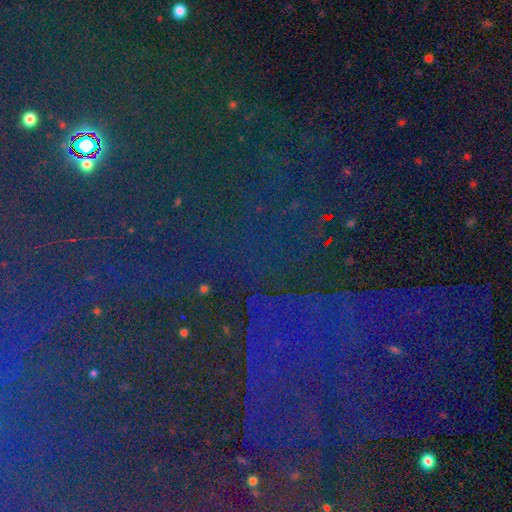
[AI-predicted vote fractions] smooth-or-featured: star or artifact: 86% | smooth: 7% | featured or disk: 7%